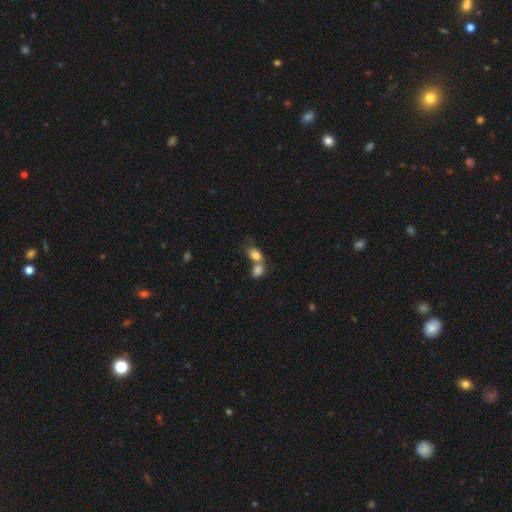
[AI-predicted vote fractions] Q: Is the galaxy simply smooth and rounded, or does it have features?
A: smooth — 81%.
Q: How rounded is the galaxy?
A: in between — 73%.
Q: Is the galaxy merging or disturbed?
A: merger — 62%.